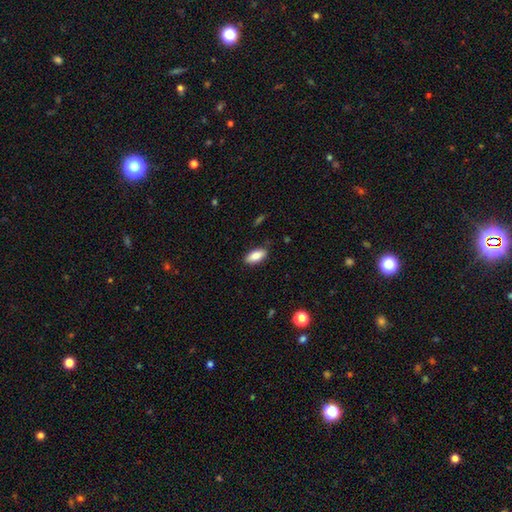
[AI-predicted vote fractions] Morphology: type=smooth (82%); roundness=in between (86%); merging=none (85%).